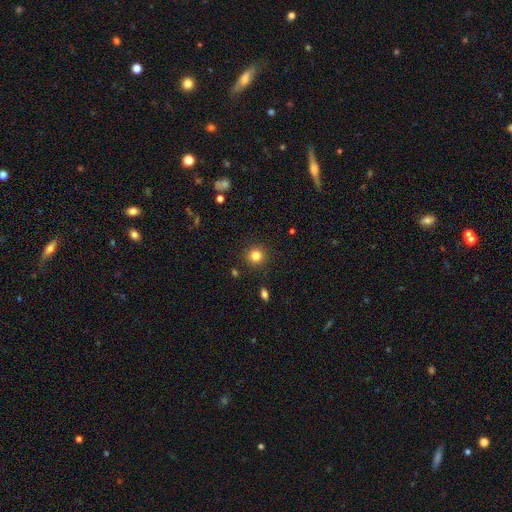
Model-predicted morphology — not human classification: Smooth or featured? Predicted: smooth (p=0.82). How rounded? Predicted: round (p=0.92). Merging? Predicted: none (p=0.90).